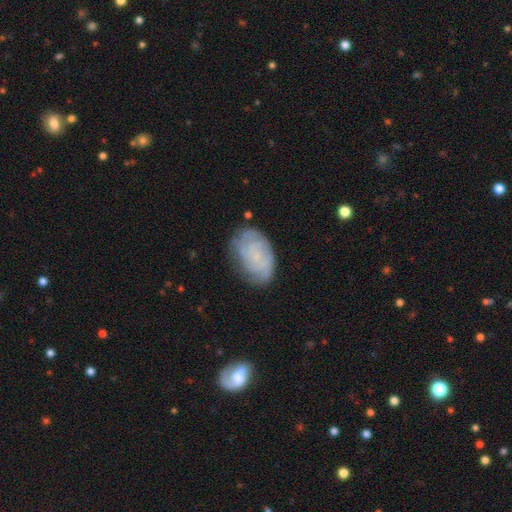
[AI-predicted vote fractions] smooth-or-featured: featured or disk: 60% | smooth: 31% | star or artifact: 9%
  disk-edge-on: no: 97% | yes: 3%
    bar: no: 77% | weak: 20% | strong: 4%
    has-spiral-arms: yes: 84% | no: 16%
    bulge-size: small: 60% | none: 29% | moderate: 8% | large: 1% | dominant: 1%
  merging: none: 70% | minor disturbance: 21% | major disturbance: 7% | merger: 2%